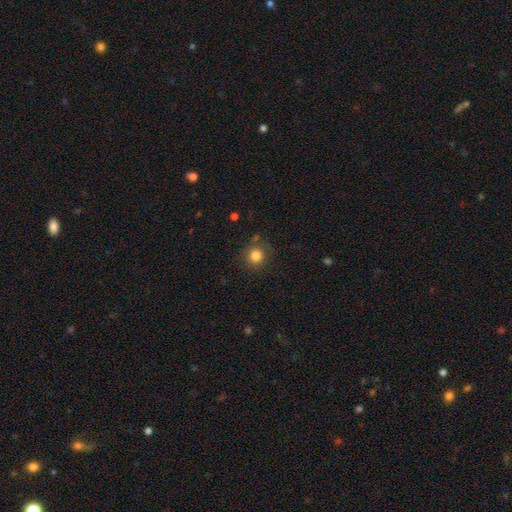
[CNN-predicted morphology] A smooth galaxy with no disk features (82%) that is round (92%). Merging: none (81%).